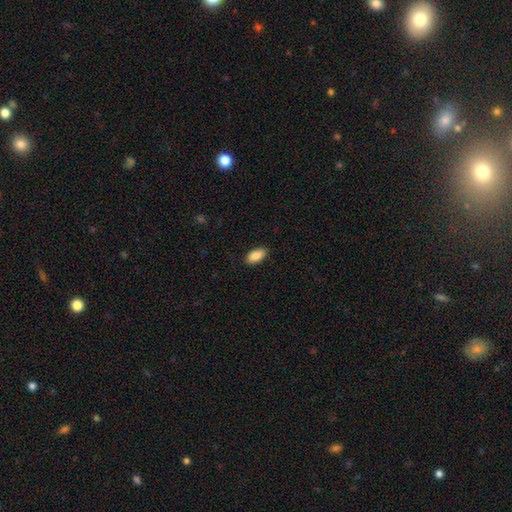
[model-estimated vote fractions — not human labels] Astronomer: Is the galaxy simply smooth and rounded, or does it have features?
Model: smooth — 89%.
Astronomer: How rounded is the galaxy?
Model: in between — 92%.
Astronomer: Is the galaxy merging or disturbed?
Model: none — 88%.